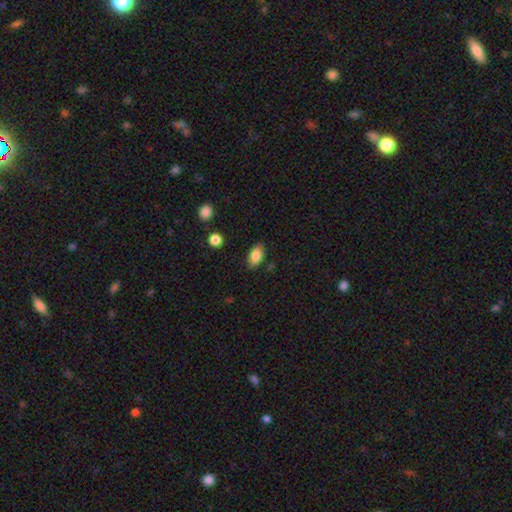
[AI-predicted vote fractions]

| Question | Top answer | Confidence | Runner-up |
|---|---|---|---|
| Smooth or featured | smooth | 84% | featured or disk (8%) |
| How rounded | in between | 89% | round (7%) |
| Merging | none | 82% | minor disturbance (13%) |